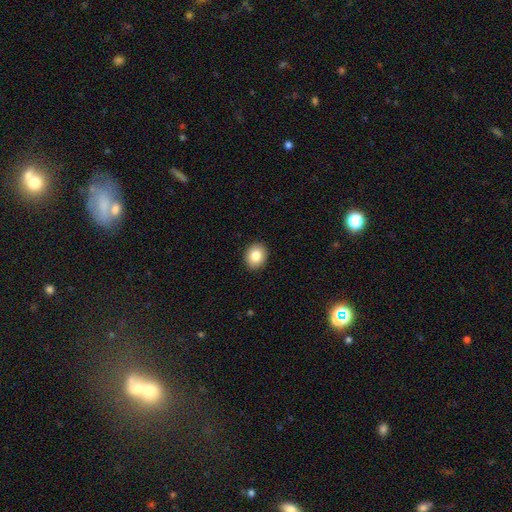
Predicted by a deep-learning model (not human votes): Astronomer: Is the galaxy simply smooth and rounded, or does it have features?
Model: smooth — 84%.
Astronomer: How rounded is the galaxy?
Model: round — 58% (runner-up: in between, 41%).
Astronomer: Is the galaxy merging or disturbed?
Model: none — 91%.